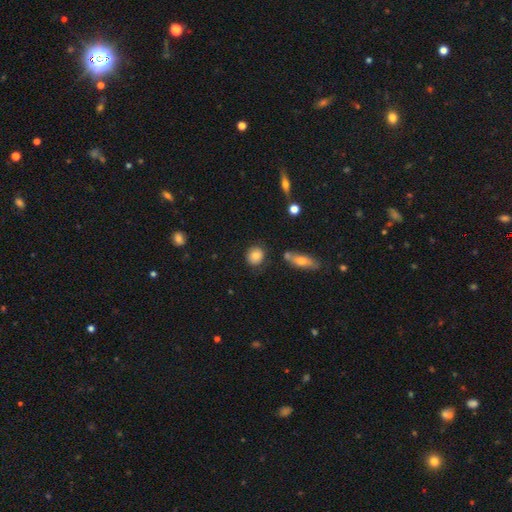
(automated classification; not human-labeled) This is clearly a smooth galaxy (81%). How rounded: likely round (77%). Merging: likely none (77%).